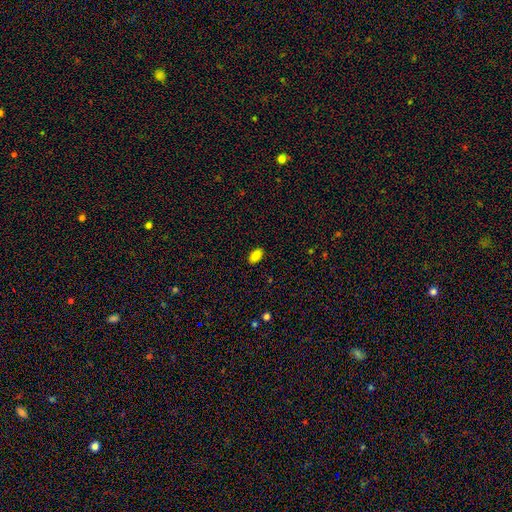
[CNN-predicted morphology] smooth-or-featured: smooth: 86% | star or artifact: 9% | featured or disk: 5%
  how-rounded: in between: 92% | round: 7% | cigar-shaped: 2%
  merging: none: 88% | minor disturbance: 9% | major disturbance: 2% | merger: 1%